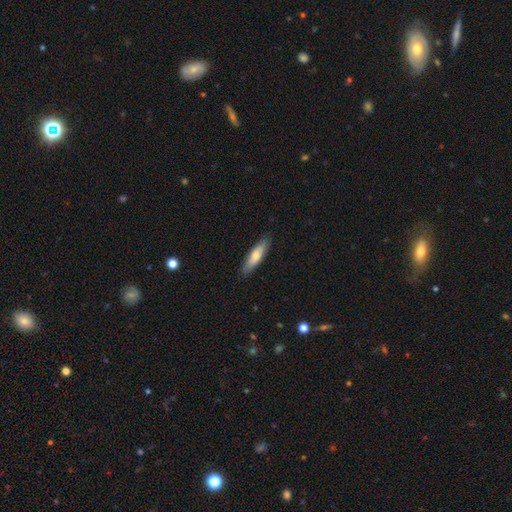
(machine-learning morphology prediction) Smooth or featured?
  - smooth: 70% *
  - featured or disk: 24%
  - star or artifact: 6%
How rounded?
  - cigar-shaped: 66% *
  - in between: 32%
  - round: 2%
Merging?
  - none: 87% *
  - minor disturbance: 10%
  - major disturbance: 2%
  - merger: 1%